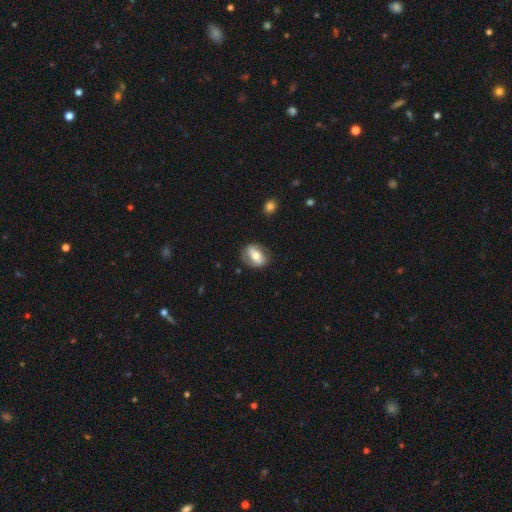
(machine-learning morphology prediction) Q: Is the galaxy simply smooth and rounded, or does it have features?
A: featured or disk — 48%.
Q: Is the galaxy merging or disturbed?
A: none — 75%.